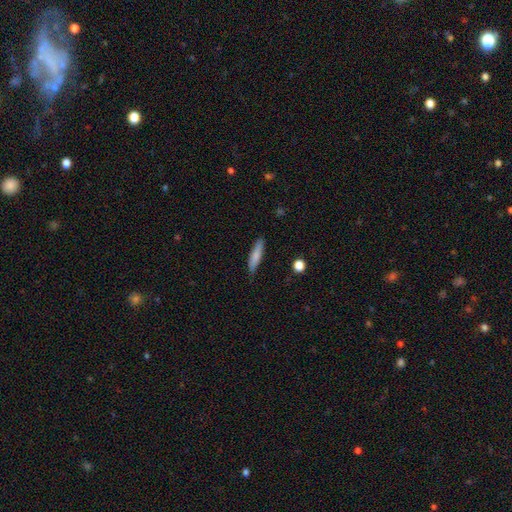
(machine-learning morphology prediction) smooth_or_featured: smooth (p=0.79) [alt: featured or disk p=0.15]
how_rounded: cigar-shaped (p=0.81) [alt: in between p=0.17]
merging: none (p=0.85) [alt: minor disturbance p=0.12]